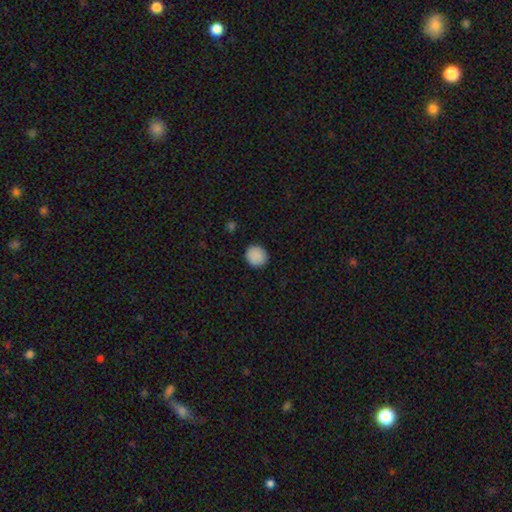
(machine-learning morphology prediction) Smooth or featured? smooth (89%)
How rounded? round (88%)
Merging? none (90%)